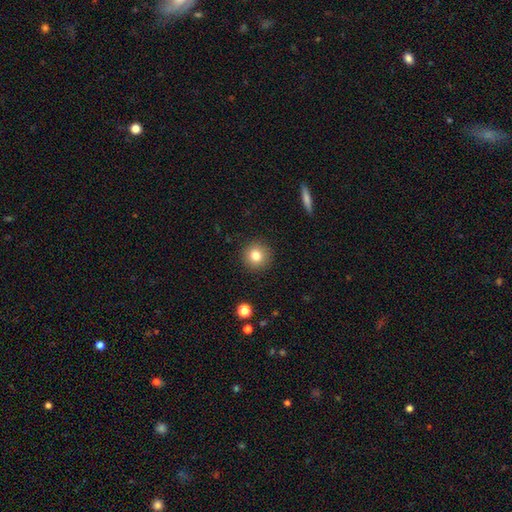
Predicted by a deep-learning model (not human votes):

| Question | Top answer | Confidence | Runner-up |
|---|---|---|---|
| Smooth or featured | smooth | 82% | star or artifact (10%) |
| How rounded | round | 94% | in between (5%) |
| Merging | none | 91% | minor disturbance (6%) |